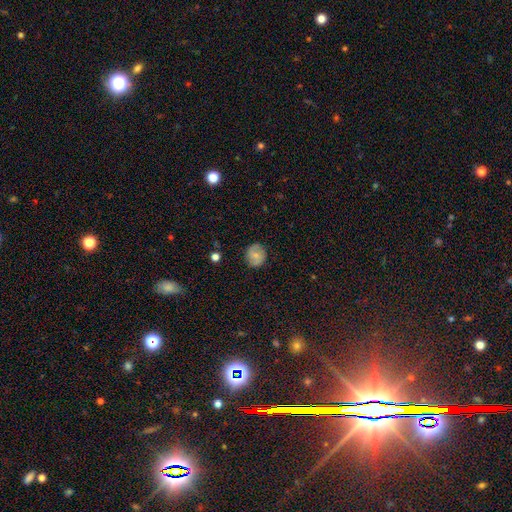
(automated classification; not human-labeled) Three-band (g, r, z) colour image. It shows a smooth galaxy with no disk features (56%) that is round (79%). Merging: none (84%).